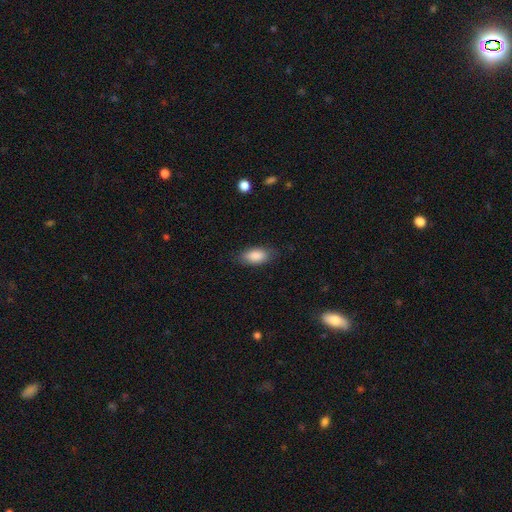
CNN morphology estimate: Smooth or featured? smooth (87%)
How rounded? in between (90%)
Merging? none (81%)